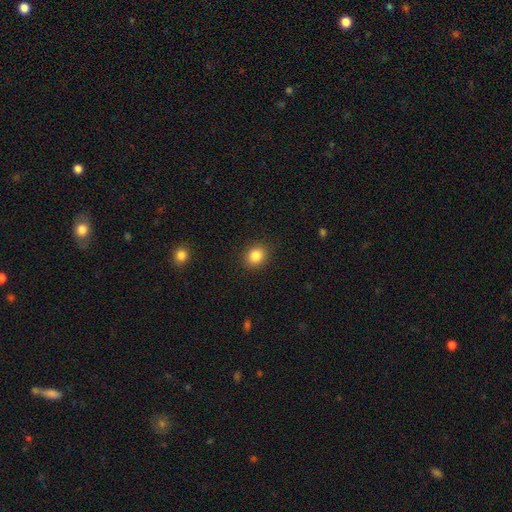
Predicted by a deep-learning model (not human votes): Morphology: type=smooth (85%); roundness=round (71%); merging=none (89%).